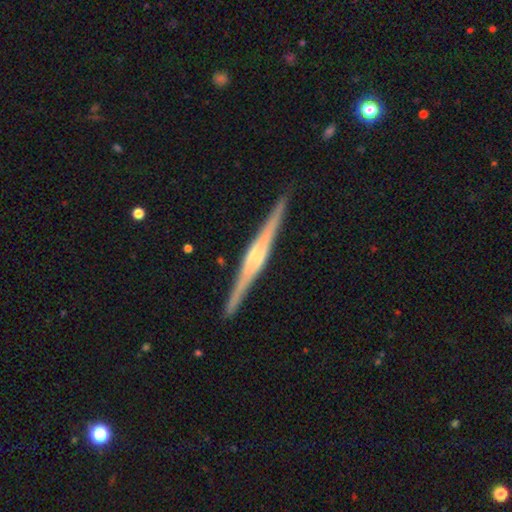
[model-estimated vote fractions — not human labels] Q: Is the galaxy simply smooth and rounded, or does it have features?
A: featured or disk — 85%.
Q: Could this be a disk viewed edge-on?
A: yes — 98%.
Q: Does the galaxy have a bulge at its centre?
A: boxy — 47%.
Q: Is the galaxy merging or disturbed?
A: none — 90%.